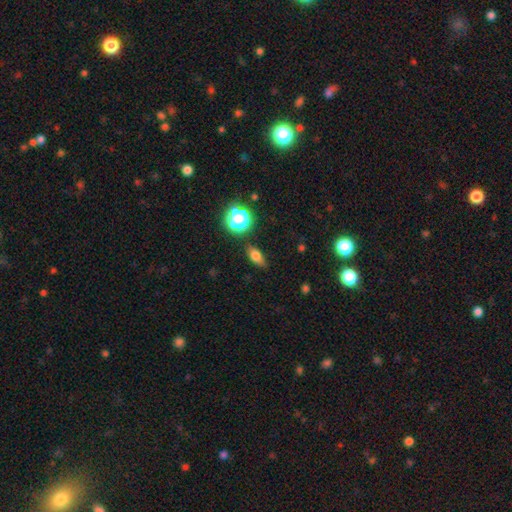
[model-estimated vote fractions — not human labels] Morphology: type=smooth (75%); roundness=in between (71%); merging=none (78%).